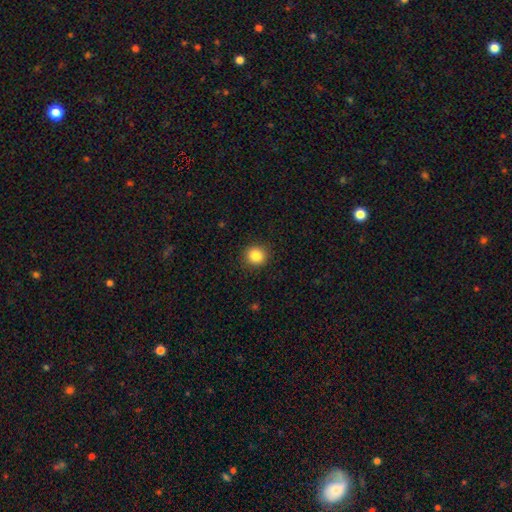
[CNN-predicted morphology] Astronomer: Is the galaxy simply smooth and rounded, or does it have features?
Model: smooth — 85%.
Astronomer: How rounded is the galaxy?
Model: round — 88%.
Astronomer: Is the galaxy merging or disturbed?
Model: none — 90%.